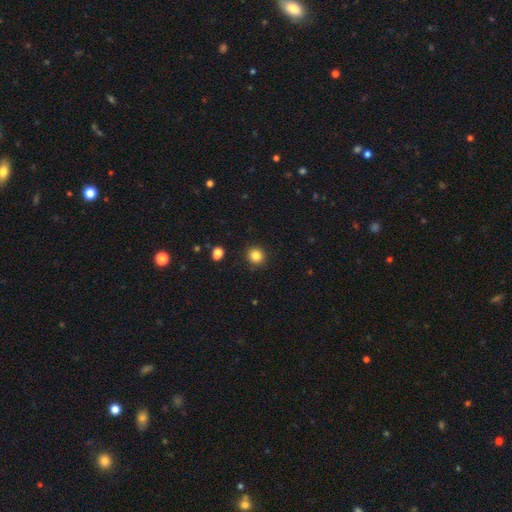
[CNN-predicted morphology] smooth 85%, star or artifact 11%, featured or disk 4%. Down the decision tree: how rounded — round (88%); merging — none (90%).